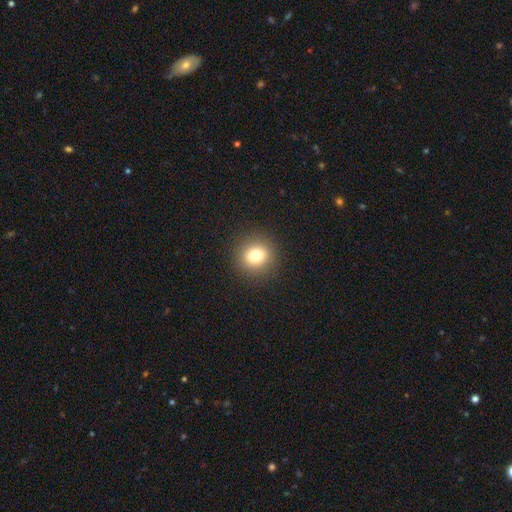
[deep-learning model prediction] smooth_or_featured: smooth (p=0.79) [alt: star or artifact p=0.12]
how_rounded: round (p=0.87) [alt: in between p=0.12]
merging: none (p=0.91) [alt: minor disturbance p=0.06]